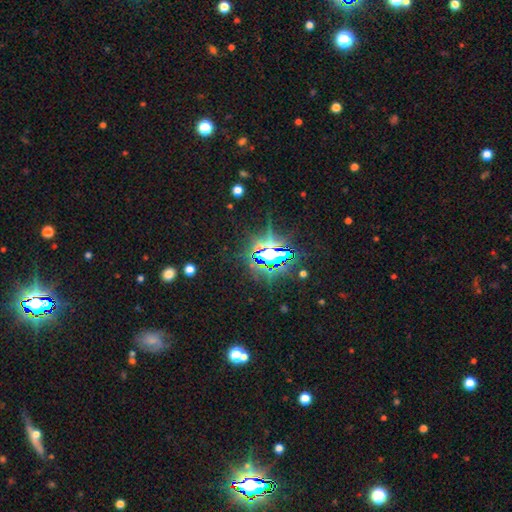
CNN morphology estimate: type=star or artifact (83%).